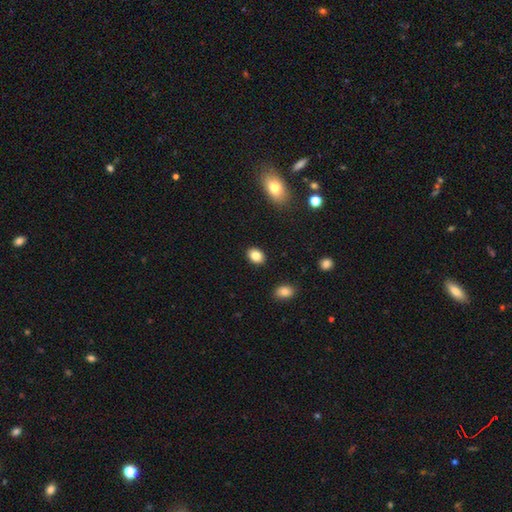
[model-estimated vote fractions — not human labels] Q: Smooth or featured?
A: smooth (84%); runner-up: star or artifact (9%)
Q: How rounded?
A: in between (67%); runner-up: round (32%)
Q: Merging?
A: none (90%); runner-up: minor disturbance (7%)